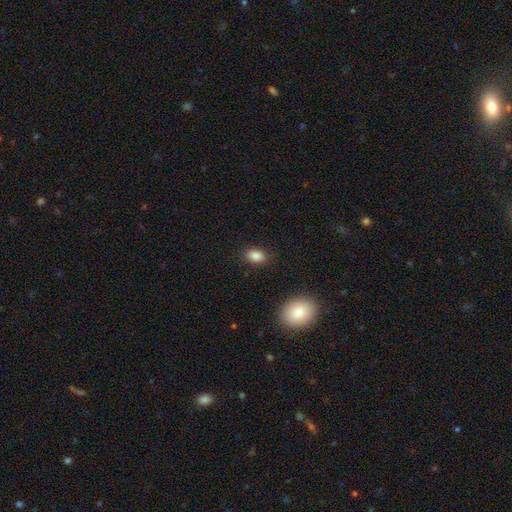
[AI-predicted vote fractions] smooth 87%, star or artifact 9%, featured or disk 4%. Down the decision tree: how rounded — in between (86%); merging — none (86%).